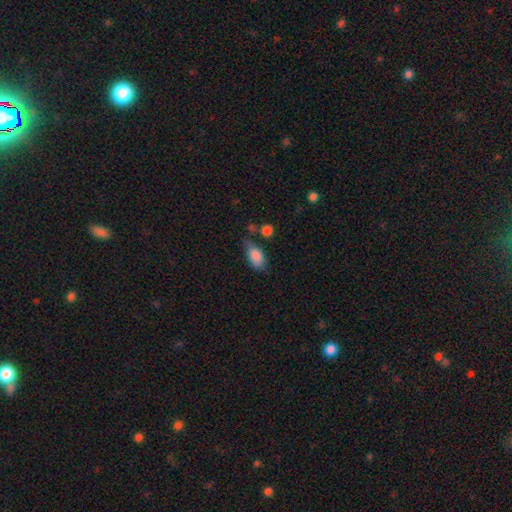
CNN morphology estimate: This appears to be a smooth galaxy with no disk features (84%) that is in between round and cigar-shaped (91%). Merging: none (50%).